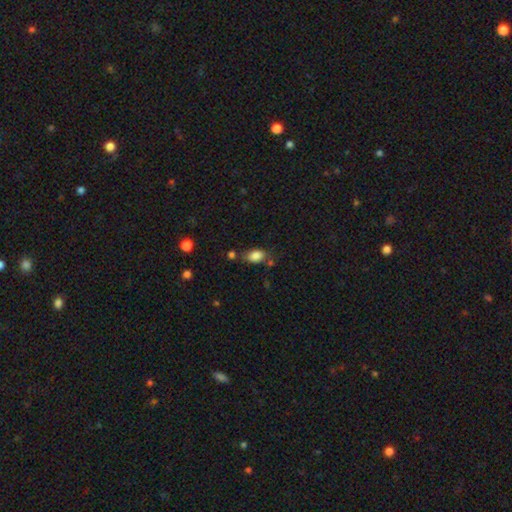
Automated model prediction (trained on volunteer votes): A smooth galaxy with no disk features (85%) that is in between round and cigar-shaped (86%). Merging: none (67%).